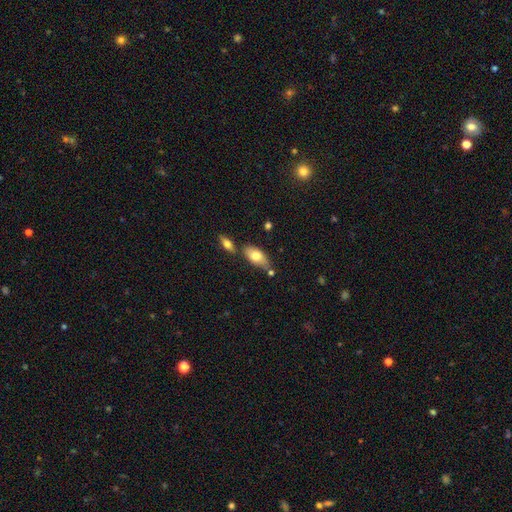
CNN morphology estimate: Overall: smooth (73%). How rounded: in between (89%). Merging: none (62%).